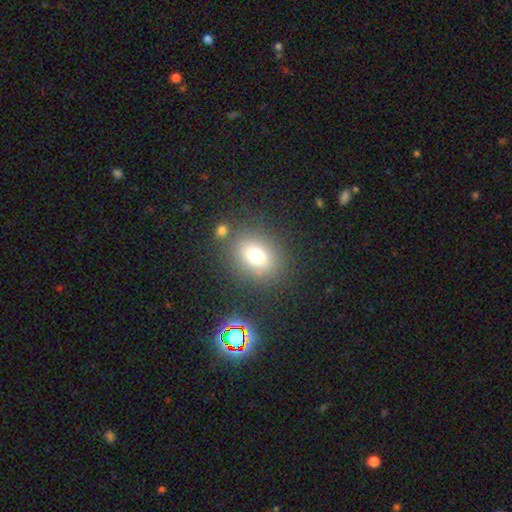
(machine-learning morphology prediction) This appears to be a smooth galaxy with no disk features (72%) that is round (53%). Merging: none (79%).